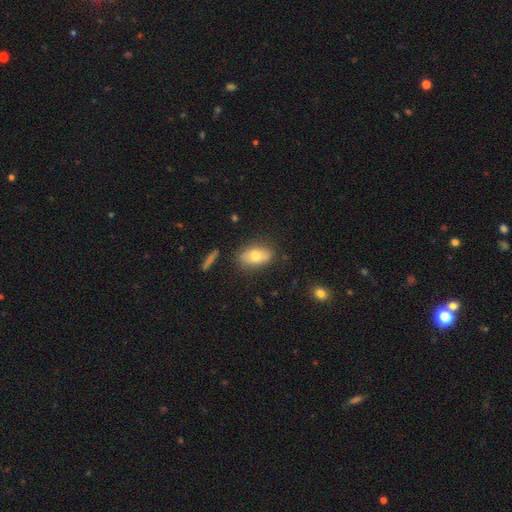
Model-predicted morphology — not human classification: smooth 70%, featured or disk 22%, star or artifact 8%. Down the decision tree: how rounded — in between (87%); merging — none (80%).